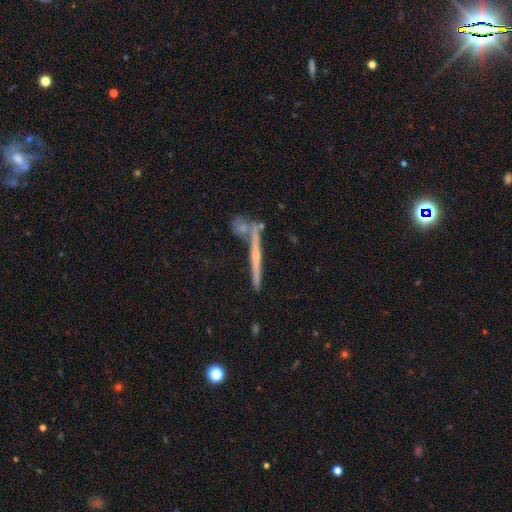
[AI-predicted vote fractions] featured or disk 52%, smooth 29%, star or artifact 19%. Down the decision tree: edge-on disk — yes (80%); merging — none (52%).